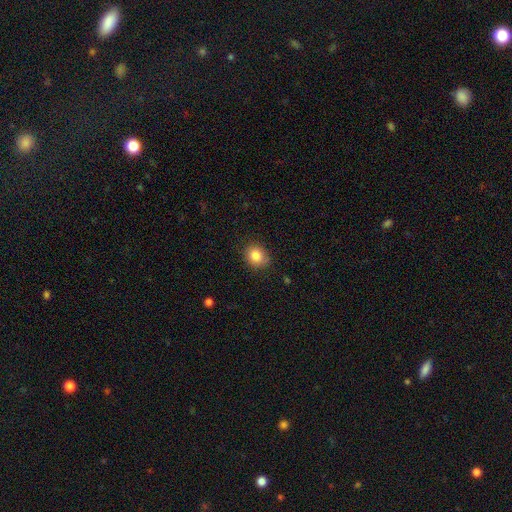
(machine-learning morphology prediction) Smooth or featured? smooth (85%)
How rounded? round (64%)
Merging? none (81%)